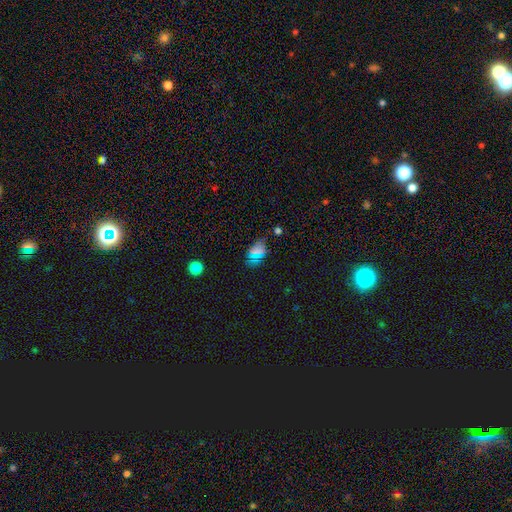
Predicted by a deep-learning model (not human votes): Smooth or featured: smooth — 65% (star or artifact — 26%)
How rounded: in between — 85% (round — 11%)
Merging: none — 78% (minor disturbance — 15%)